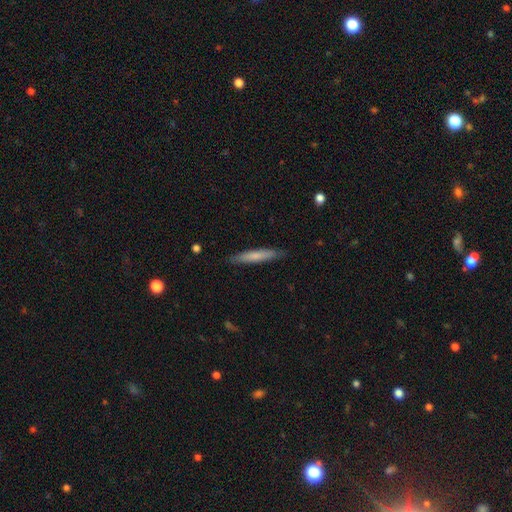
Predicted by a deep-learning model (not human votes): Overall: smooth (69%). How rounded: cigar-shaped (94%). Merging: none (88%).